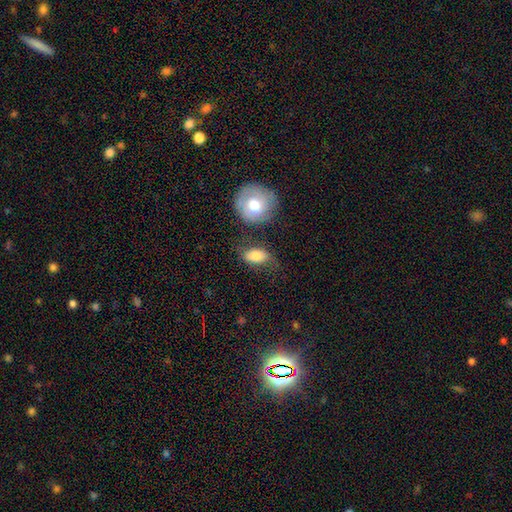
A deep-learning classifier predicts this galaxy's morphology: A smooth galaxy with no disk features (78%) that is in between round and cigar-shaped (85%). Merging: none (49%).